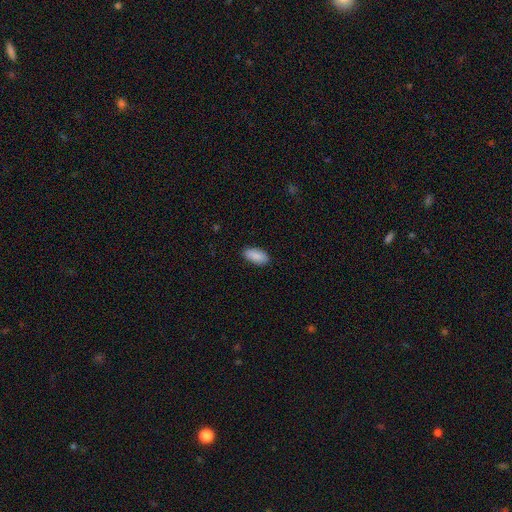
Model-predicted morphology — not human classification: Smooth or featured? smooth (90%)
How rounded? in between (92%)
Merging? none (89%)